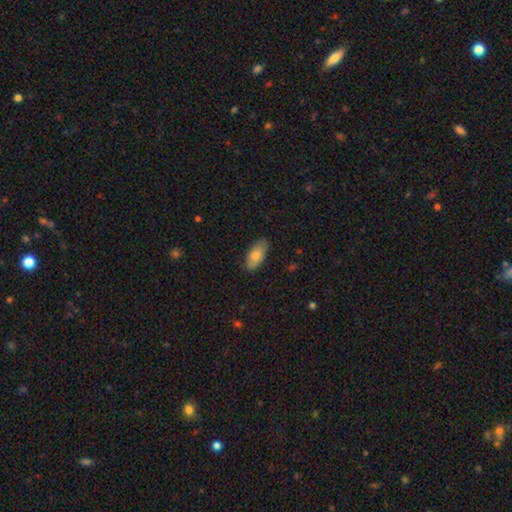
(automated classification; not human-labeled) A smooth galaxy with no disk features (81%) that is in between round and cigar-shaped (90%). Merging: none (84%).